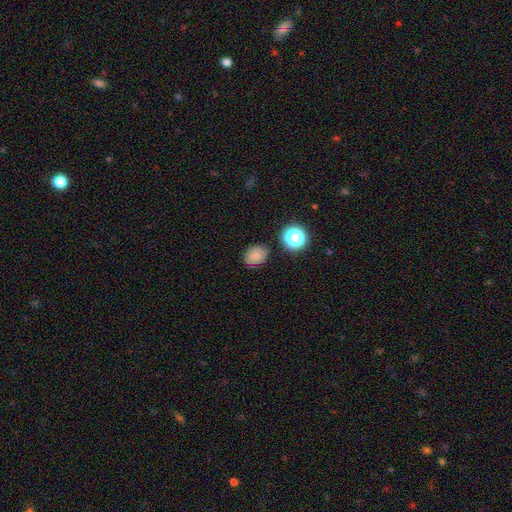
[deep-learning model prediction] The model was most divided on "how rounded": in between: 51%, round: 49%, cigar-shaped: 1%. More confident: merging — none (80%); smooth or featured — smooth (75%).